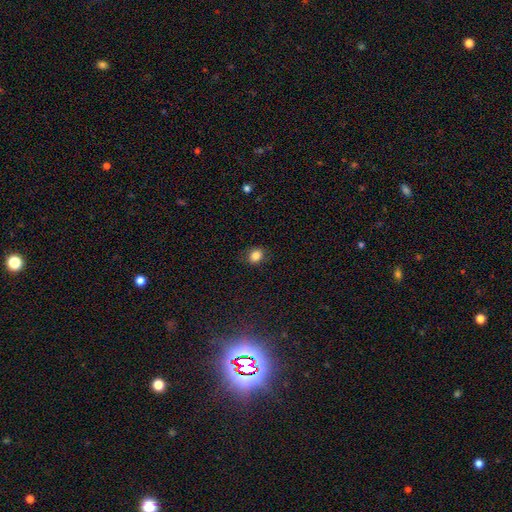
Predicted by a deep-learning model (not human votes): A smooth galaxy with no disk features (84%) that is in between round and cigar-shaped (50%).

Vote fractions:
- Smooth or featured? smooth: 84% / star or artifact: 11% / featured or disk: 5%
- How rounded? in between: 50% / round: 49% / cigar-shaped: 1%
- Merging? none: 84% / minor disturbance: 12% / major disturbance: 3% / merger: 1%